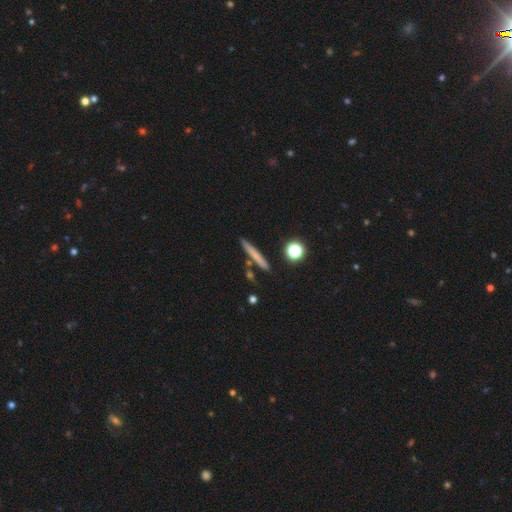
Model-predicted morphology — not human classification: Smooth or featured?
  - smooth: 64% *
  - featured or disk: 28%
  - star or artifact: 8%
How rounded?
  - cigar-shaped: 92% *
  - in between: 4%
  - round: 4%
Merging?
  - none: 85% *
  - minor disturbance: 8%
  - merger: 5%
  - major disturbance: 2%